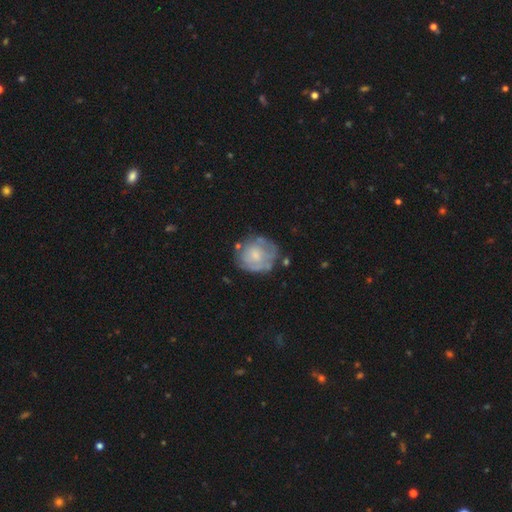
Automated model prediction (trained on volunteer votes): Smooth or featured? featured or disk (47%)
Merging? none (58%)